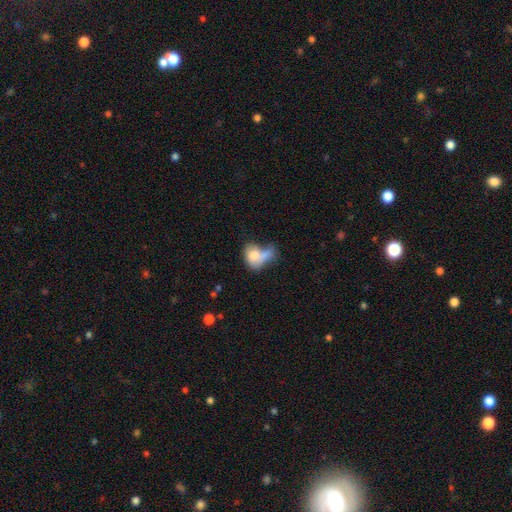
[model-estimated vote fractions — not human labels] Smooth or featured: smooth — 69% (featured or disk — 22%)
How rounded: in between — 71% (round — 27%)
Merging: merger — 43% (major disturbance — 24%)